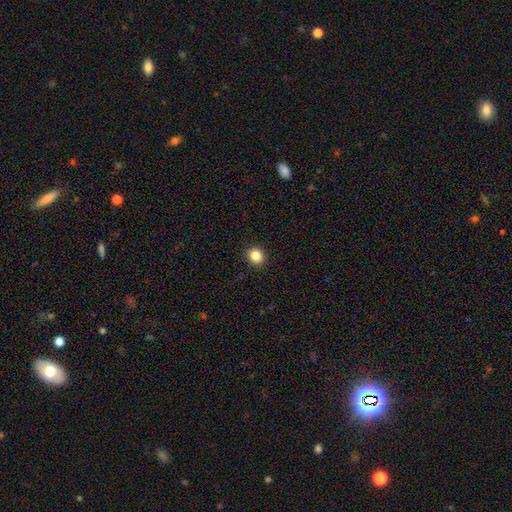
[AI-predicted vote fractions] Smooth or featured? smooth (85%)
How rounded? round (77%)
Merging? none (92%)